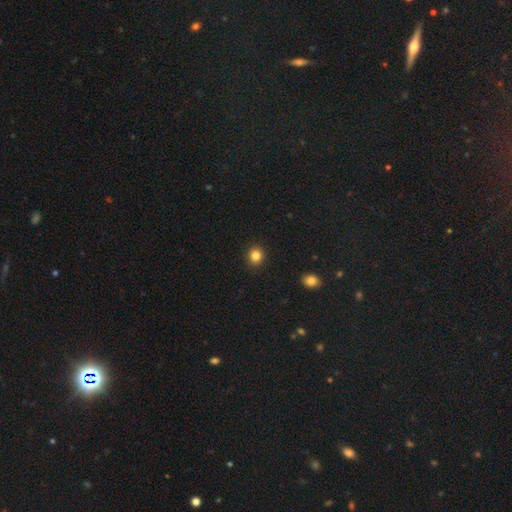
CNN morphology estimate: Smooth or featured?
  - smooth: 84% *
  - star or artifact: 12%
  - featured or disk: 5%
How rounded?
  - round: 89% *
  - in between: 10%
  - cigar-shaped: 1%
Merging?
  - none: 92% *
  - minor disturbance: 5%
  - major disturbance: 2%
  - merger: 1%